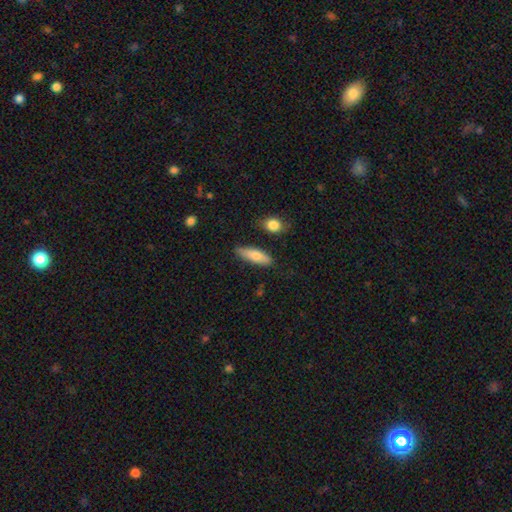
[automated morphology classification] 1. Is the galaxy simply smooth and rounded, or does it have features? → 74% smooth, 19% featured or disk, 6% star or artifact.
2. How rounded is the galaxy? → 50% in between, 47% cigar-shaped, 2% round.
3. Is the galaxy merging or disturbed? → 80% none, 14% minor disturbance, 3% merger, 3% major disturbance.